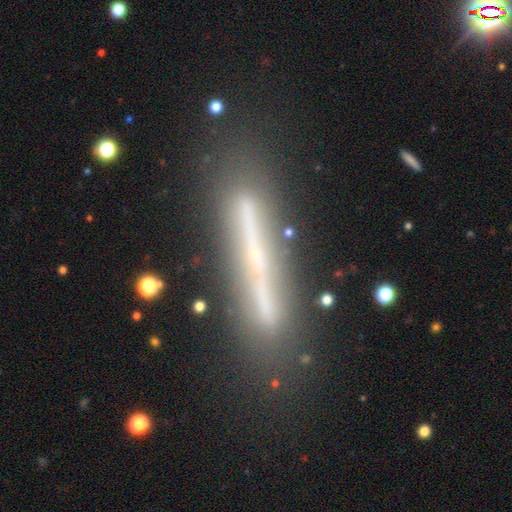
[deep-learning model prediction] The model was most divided on "smooth or featured": featured or disk: 64%, smooth: 26%, star or artifact: 10%. More confident: edge-on disk — yes (89%); merging — none (80%); edge-on bulge — none (80%).